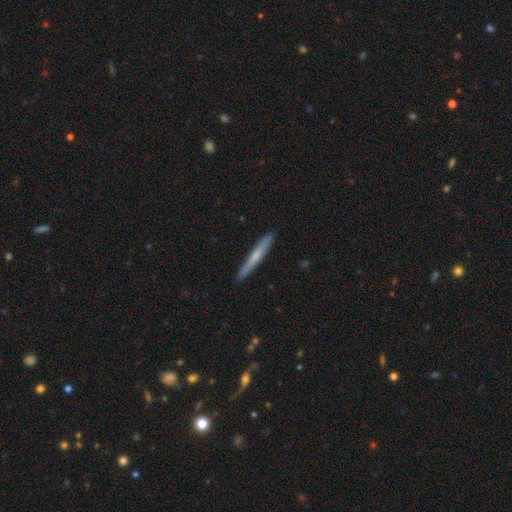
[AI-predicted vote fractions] Smooth or featured?
  - smooth: 61% *
  - featured or disk: 34%
  - star or artifact: 6%
How rounded?
  - cigar-shaped: 96% *
  - in between: 3%
  - round: 1%
Merging?
  - none: 91% *
  - minor disturbance: 7%
  - major disturbance: 1%
  - merger: 1%